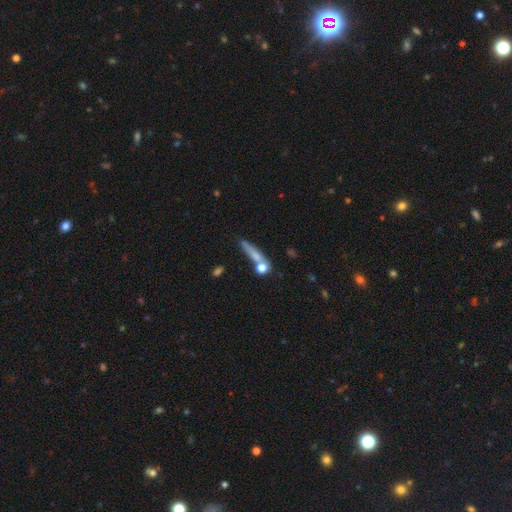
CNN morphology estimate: This is likely a smooth galaxy (62%). How rounded: likely cigar-shaped (68%). Merging: possibly none (58%).